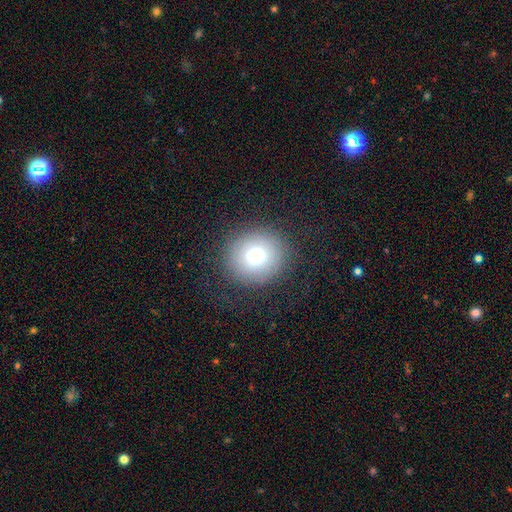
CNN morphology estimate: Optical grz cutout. It shows a smooth galaxy with no disk features (75%) that is round (88%). Merging: none (85%).